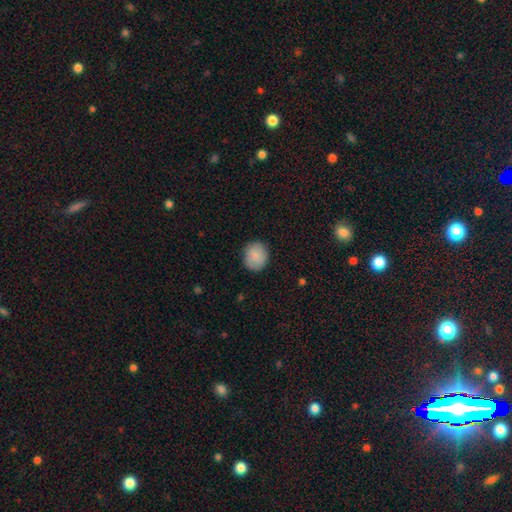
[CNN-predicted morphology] A smooth galaxy with no disk features (88%) that is round (78%). Merging: none (88%).